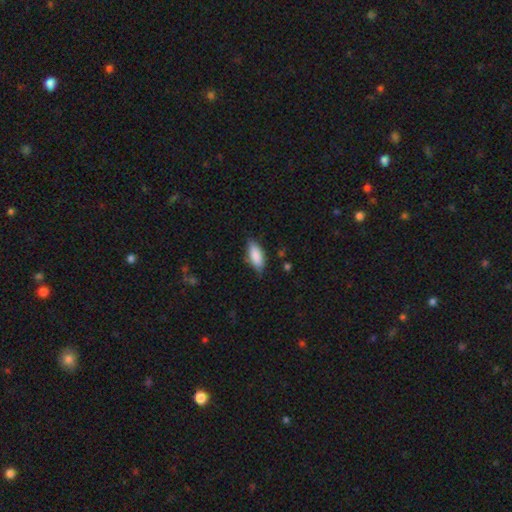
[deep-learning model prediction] Smooth or featured? Predicted: smooth (p=0.84). How rounded? Predicted: in between (p=0.79). Merging? Predicted: none (p=0.71).